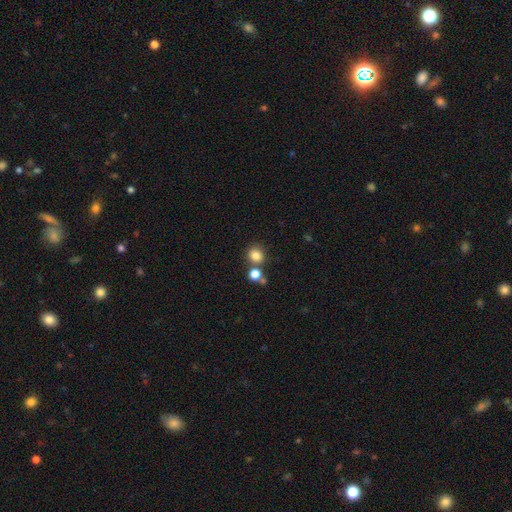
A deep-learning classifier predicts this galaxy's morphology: Smooth or featured? smooth (82%)
How rounded? round (83%)
Merging? none (69%)